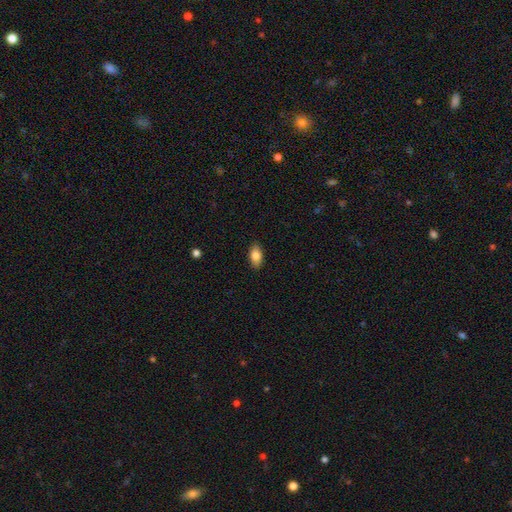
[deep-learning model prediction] Smooth or featured? smooth (84%)
How rounded? in between (92%)
Merging? none (89%)